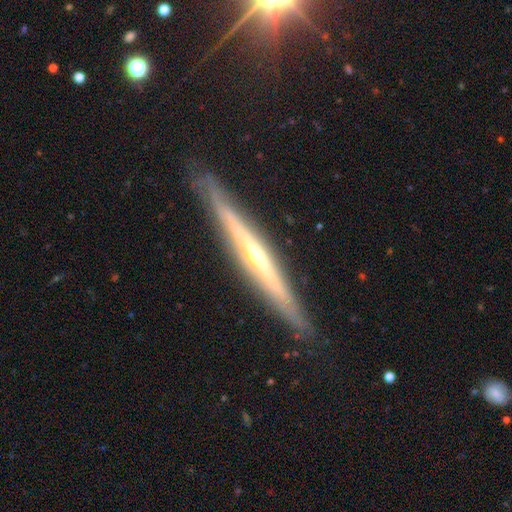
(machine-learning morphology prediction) smooth_or_featured: featured or disk (p=0.79) [alt: smooth p=0.15]
disk_edge_on: yes (p=0.96) [alt: no p=0.04]
edge_on_bulge: rounded (p=0.65) [alt: none p=0.31]
merging: none (p=0.87) [alt: minor disturbance p=0.09]